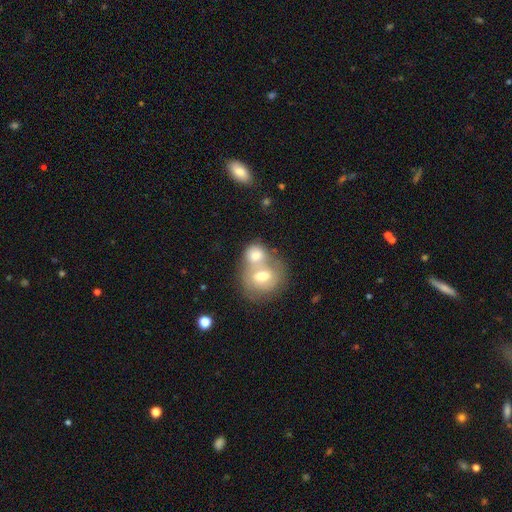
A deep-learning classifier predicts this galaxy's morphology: smooth 66%, featured or disk 26%, star or artifact 8%. Down the decision tree: how rounded — round (63%); merging — merger (69%).